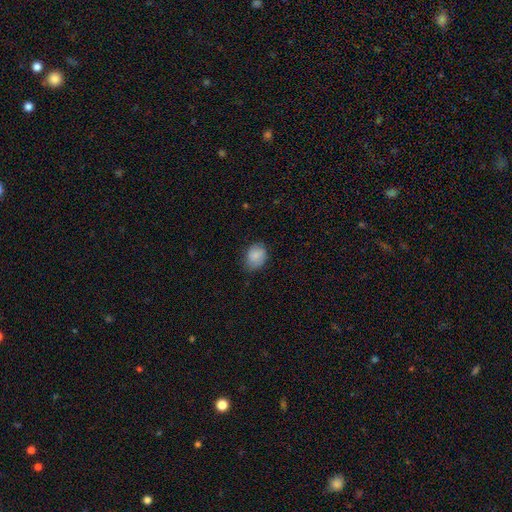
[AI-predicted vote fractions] Smooth or featured? smooth (85%)
How rounded? in between (57%)
Merging? none (71%)